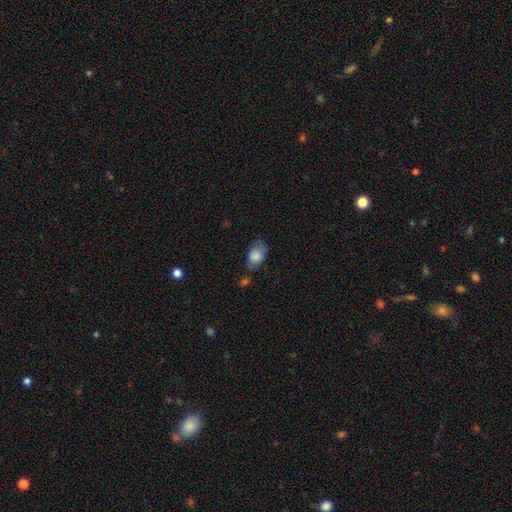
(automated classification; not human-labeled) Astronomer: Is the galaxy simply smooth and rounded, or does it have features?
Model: smooth — 82%.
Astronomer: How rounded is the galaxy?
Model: in between — 87%.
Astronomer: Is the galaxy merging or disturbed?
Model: none — 57%.